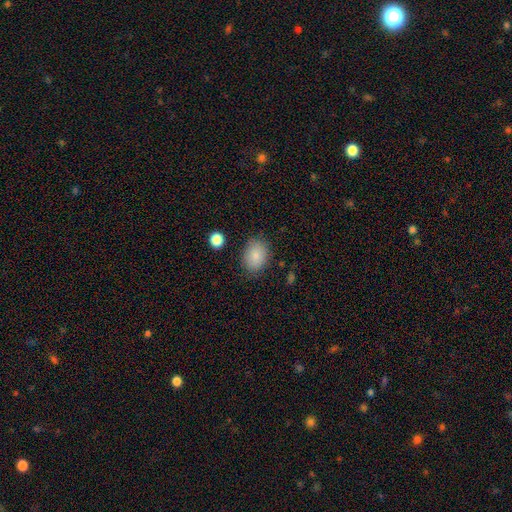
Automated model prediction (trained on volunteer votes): This is clearly a smooth galaxy (85%). How rounded: likely in between (68%). Merging: clearly none (82%).